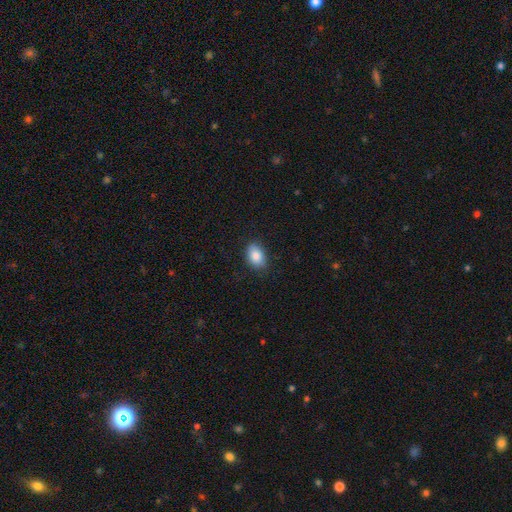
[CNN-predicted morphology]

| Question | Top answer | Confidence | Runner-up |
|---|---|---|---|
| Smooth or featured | smooth | 87% | star or artifact (7%) |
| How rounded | in between | 88% | round (11%) |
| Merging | none | 85% | minor disturbance (12%) |